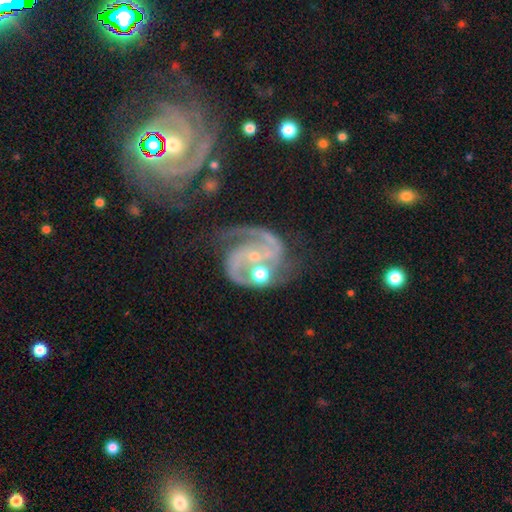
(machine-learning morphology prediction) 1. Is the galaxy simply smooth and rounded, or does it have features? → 89% featured or disk, 6% star or artifact, 5% smooth.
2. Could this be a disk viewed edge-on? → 98% no, 2% yes.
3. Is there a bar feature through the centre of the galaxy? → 48% no, 34% weak, 18% strong.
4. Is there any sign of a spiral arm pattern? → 97% yes, 3% no.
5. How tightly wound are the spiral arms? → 55% medium, 28% tight, 17% loose.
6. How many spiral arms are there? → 79% 2, 8% 3, 5% can't tell, 4% 1, 2% 4, 2% more than 4.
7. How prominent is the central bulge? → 65% small, 29% moderate, 3% none, 2% large, 1% dominant.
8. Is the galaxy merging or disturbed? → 36% none, 30% merger, 18% minor disturbance, 16% major disturbance.